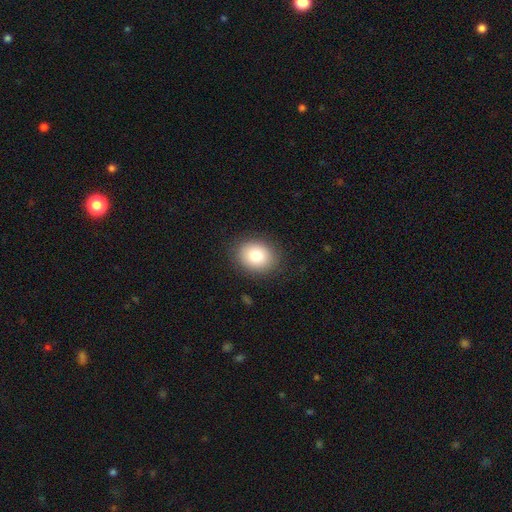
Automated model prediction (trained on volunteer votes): Smooth or featured? Predicted: smooth (p=0.81). How rounded? Predicted: round (p=0.53). Merging? Predicted: none (p=0.87).